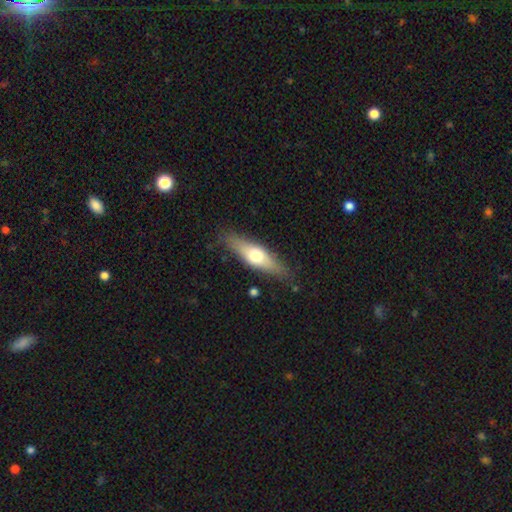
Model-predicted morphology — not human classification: Smooth or featured? Predicted: smooth (p=0.52). How rounded? Predicted: cigar-shaped (p=0.60). Merging? Predicted: none (p=0.83).